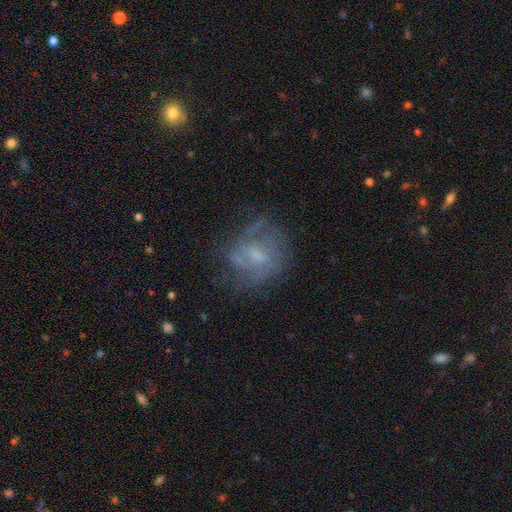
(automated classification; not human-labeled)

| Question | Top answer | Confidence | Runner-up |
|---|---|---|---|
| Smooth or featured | featured or disk | 61% | smooth (27%) |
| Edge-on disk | no | 97% | yes (3%) |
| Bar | no | 49% | weak (42%) |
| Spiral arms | yes | 54% | no (46%) |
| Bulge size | small | 35% | moderate (34%) |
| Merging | none | 53% | major disturbance (22%) |